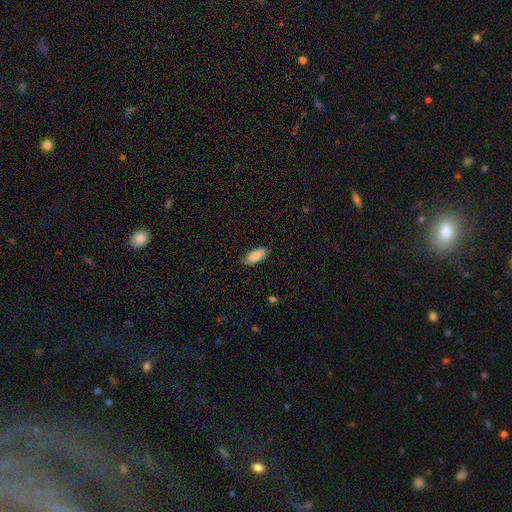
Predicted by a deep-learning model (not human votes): This is clearly a smooth galaxy (86%). How rounded: clearly in between (89%). Merging: clearly none (85%).